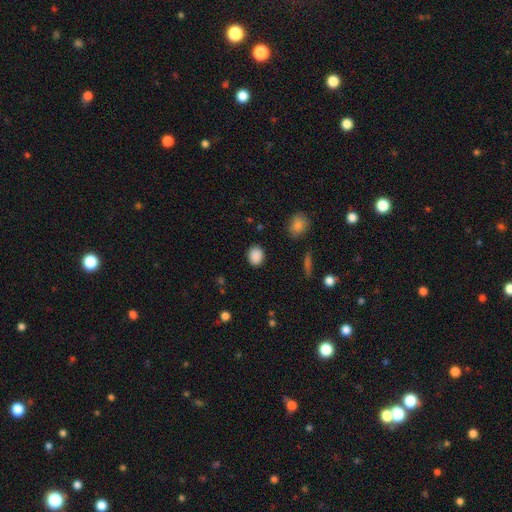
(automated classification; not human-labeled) This is clearly a smooth galaxy (88%). How rounded: possibly round (51%). Merging: clearly none (88%).